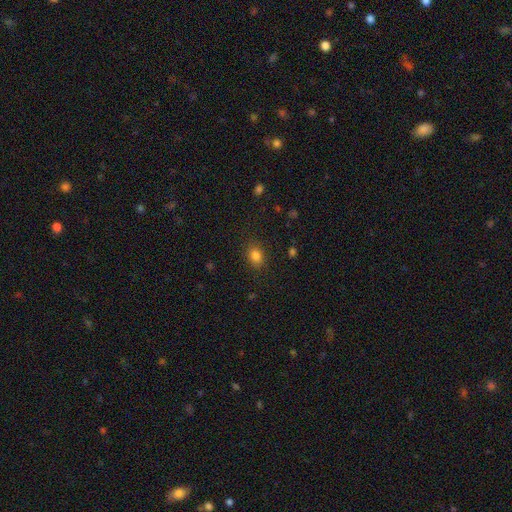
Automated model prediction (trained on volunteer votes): Overall: smooth (83%). How rounded: in between (58%; round 41%). Merging: none (85%).